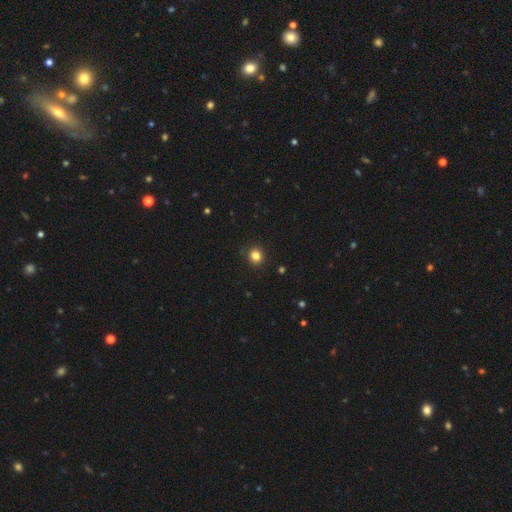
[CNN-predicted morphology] Smooth or featured? smooth (83%)
How rounded? round (84%)
Merging? none (89%)